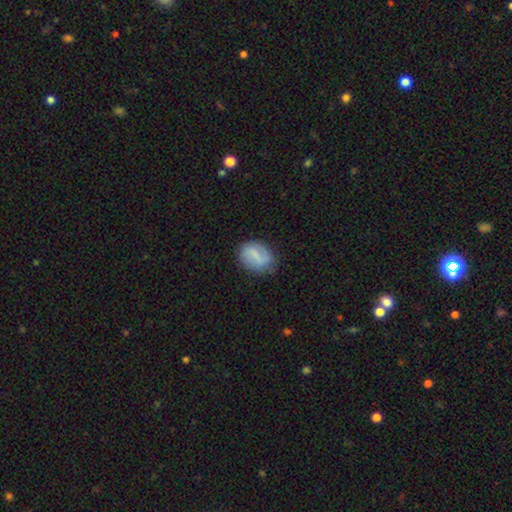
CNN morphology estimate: type=smooth (69%); roundness=in between (68%); merging=none (74%).